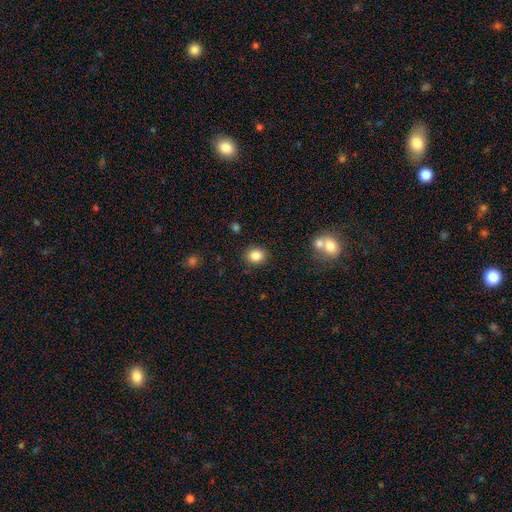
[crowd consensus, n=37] A smooth galaxy with no disk features (92%) that is round (71%). Merging: none (78%).